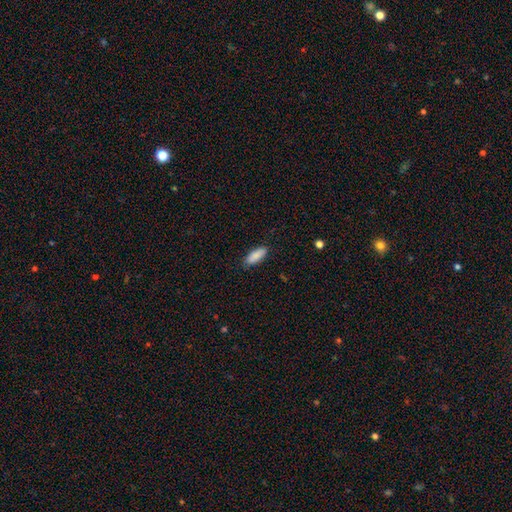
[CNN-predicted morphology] smooth_or_featured: smooth (p=0.88) [alt: star or artifact p=0.06]
how_rounded: in between (p=0.75) [alt: cigar-shaped p=0.24]
merging: none (p=0.84) [alt: minor disturbance p=0.13]